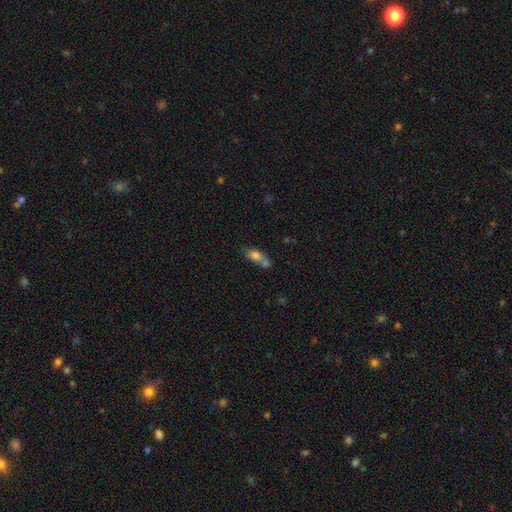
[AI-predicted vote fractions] Smooth or featured? Predicted: smooth (p=0.72). How rounded? Predicted: in between (p=0.70). Merging? Predicted: merger (p=0.54).